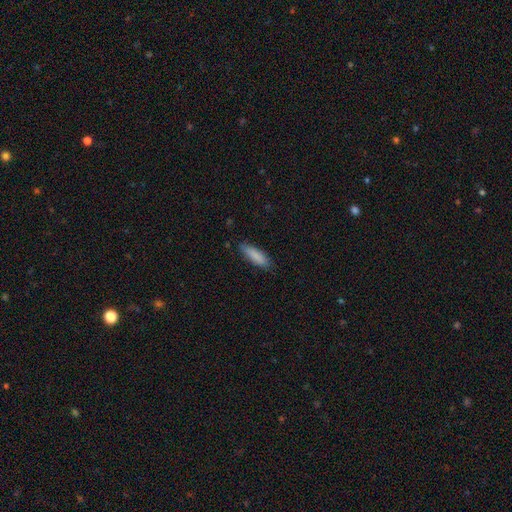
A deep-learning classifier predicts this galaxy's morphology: Overall: smooth (86%). How rounded: cigar-shaped (59%; in between 39%). Merging: none (80%).